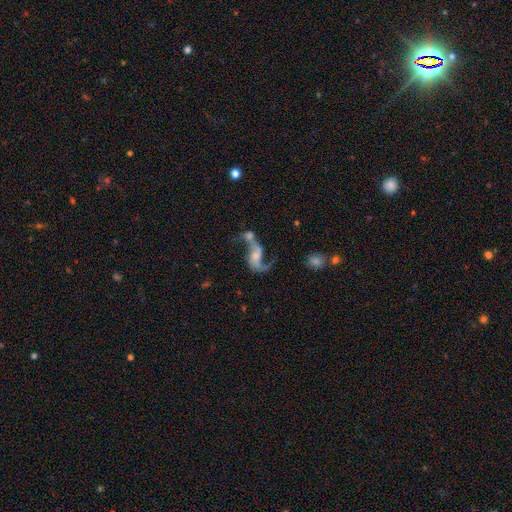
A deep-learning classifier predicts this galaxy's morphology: featured or disk 81%, smooth 11%, star or artifact 8%. Down the decision tree: edge-on disk — no (96%); bar — no (49%); spiral arms — yes (91%); spiral arm count — 2 (85%); spiral winding — loose (85%); bulge size — small (33%); merging — merger (38%).